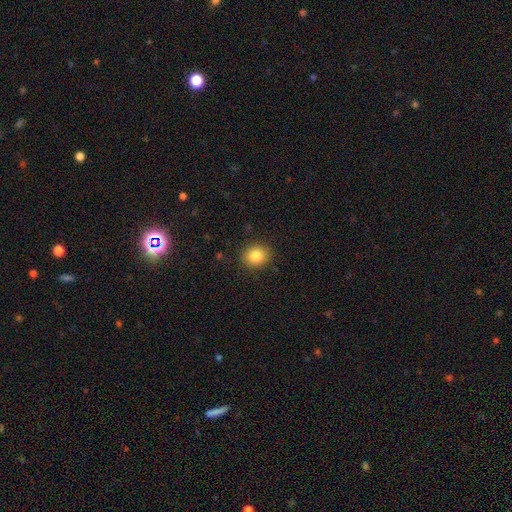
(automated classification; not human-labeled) Smooth or featured? smooth (84%)
How rounded? round (74%)
Merging? none (89%)